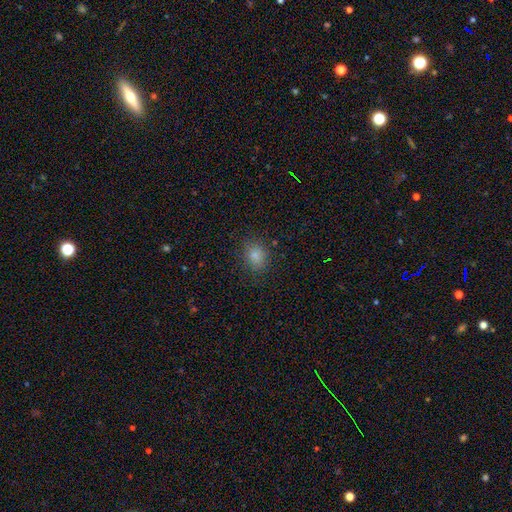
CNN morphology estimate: The model was most divided on "how rounded": round: 52%, in between: 47%, cigar-shaped: 1%. More confident: merging — none (82%); smooth or featured — smooth (82%).